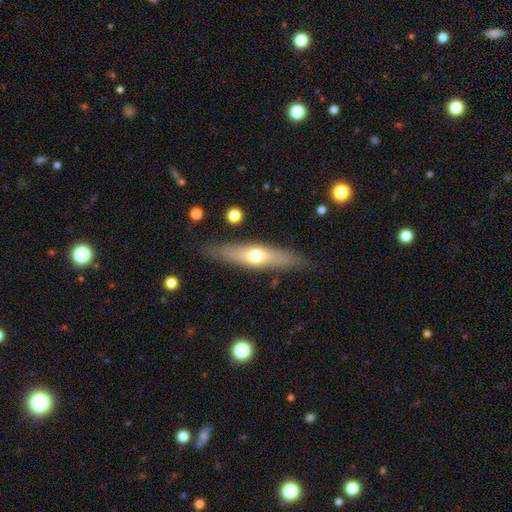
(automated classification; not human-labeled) Smooth or featured? Predicted: smooth (p=0.47, tied with featured or disk). Merging? Predicted: none (p=0.86).